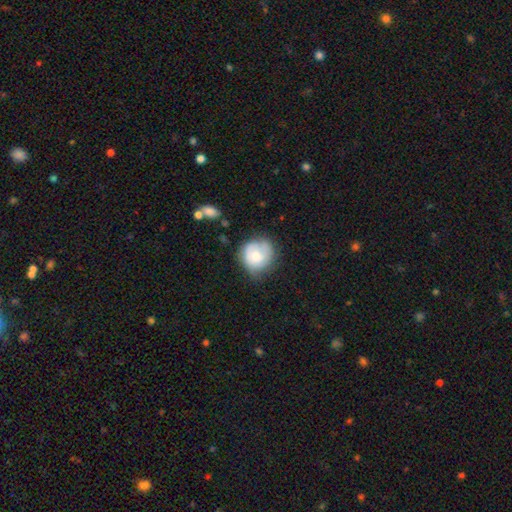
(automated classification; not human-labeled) This appears to be a smooth galaxy with no disk features (66%) that is round (84%). Merging: none (59%).